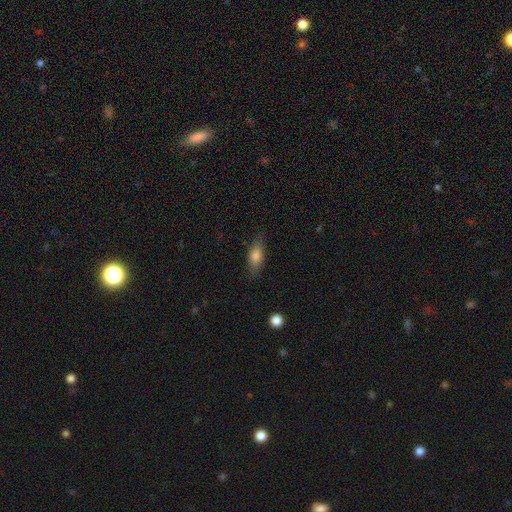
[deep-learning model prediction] Smooth or featured? smooth (76%)
How rounded? in between (77%)
Merging? none (80%)